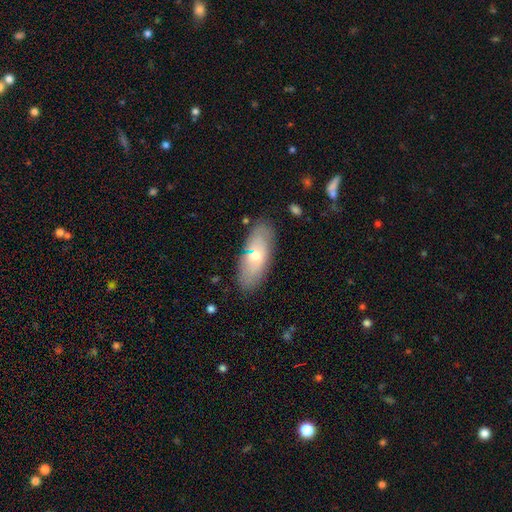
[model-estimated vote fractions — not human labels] This appears to be a smooth galaxy with no disk features (56%) that is in between round and cigar-shaped (80%). Merging: none (83%).